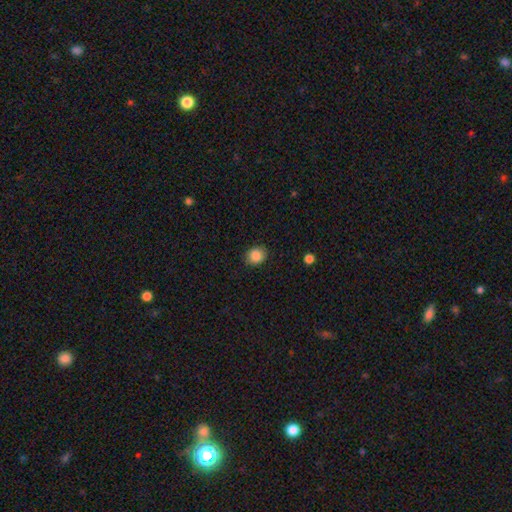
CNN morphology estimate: Overall: smooth (86%). How rounded: round (68%; in between 31%). Merging: none (88%).